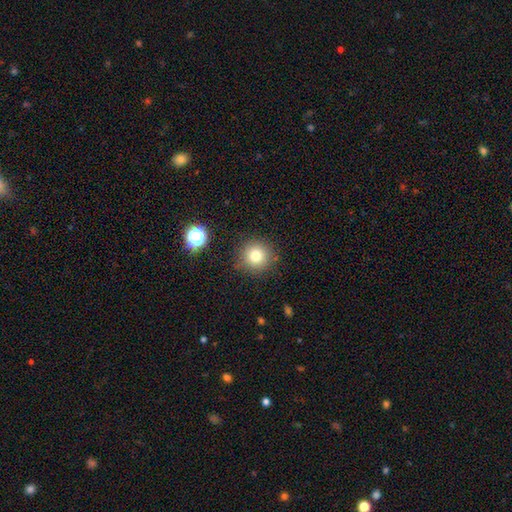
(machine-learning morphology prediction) This is likely a smooth galaxy (78%). How rounded: clearly round (94%). Merging: clearly none (86%).